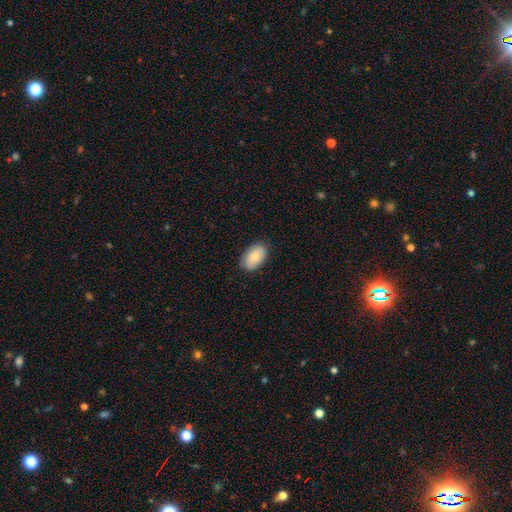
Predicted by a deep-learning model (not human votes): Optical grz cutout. It shows a smooth galaxy with no disk features (83%) that is in between round and cigar-shaped (93%). Merging: none (85%).